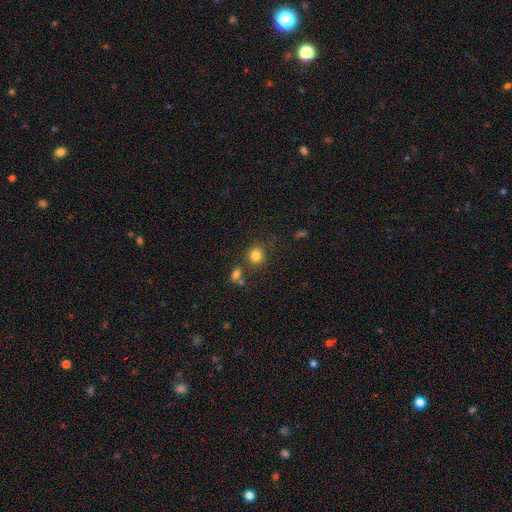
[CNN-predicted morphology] Smooth or featured: smooth — 82% (star or artifact — 12%)
How rounded: round — 82% (in between — 17%)
Merging: none — 75% (minor disturbance — 11%)